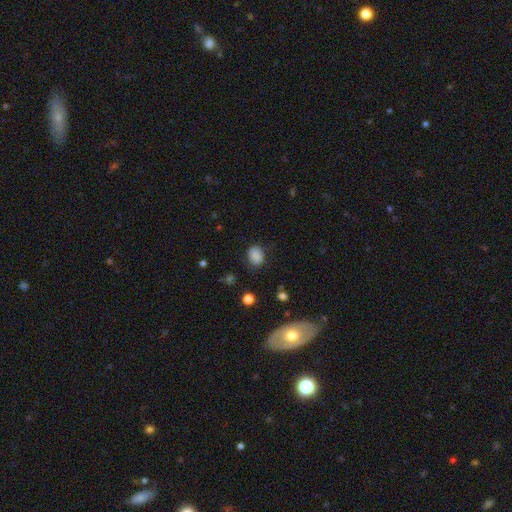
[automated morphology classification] Smooth or featured? Predicted: smooth (p=0.85). How rounded? Predicted: in between (p=0.65). Merging? Predicted: none (p=0.80).